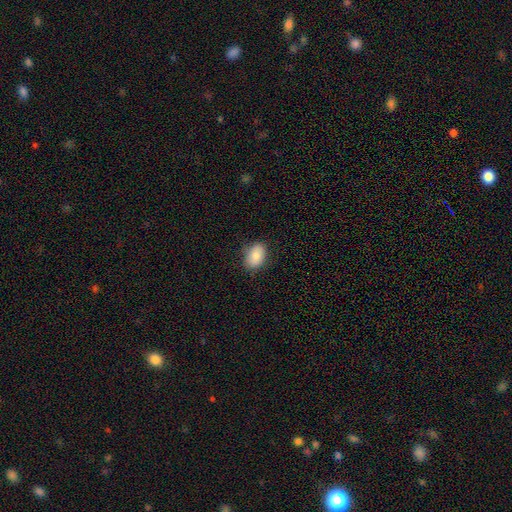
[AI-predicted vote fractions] Smooth or featured: smooth — 85% (featured or disk — 8%)
How rounded: in between — 86% (round — 13%)
Merging: none — 80% (minor disturbance — 15%)